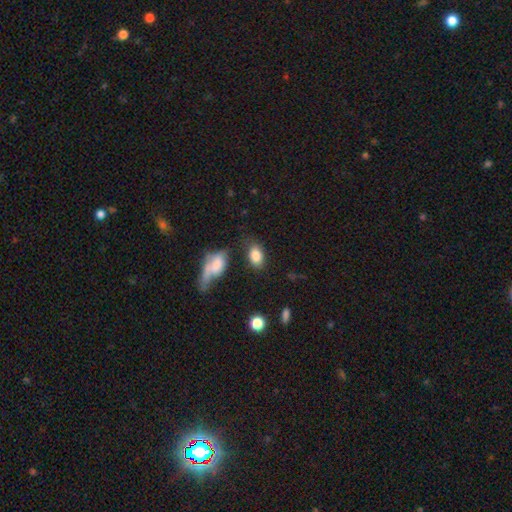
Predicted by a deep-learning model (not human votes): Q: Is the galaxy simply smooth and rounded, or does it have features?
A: smooth — 84%.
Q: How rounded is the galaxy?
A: in between — 87%.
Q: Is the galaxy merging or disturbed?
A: none — 67%.